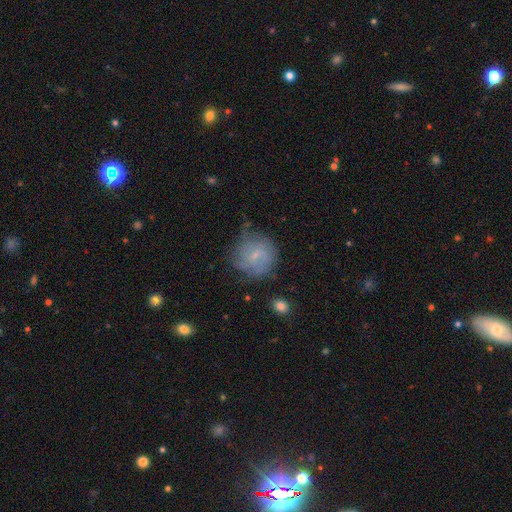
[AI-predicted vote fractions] Q: Smooth or featured?
A: featured or disk (47%); runner-up: smooth (43%)
Q: Merging?
A: none (63%); runner-up: minor disturbance (24%)